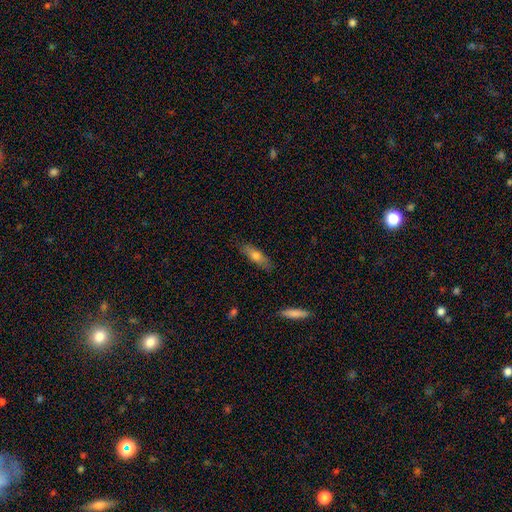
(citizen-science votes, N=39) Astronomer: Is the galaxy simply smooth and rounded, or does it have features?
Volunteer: smooth — 54% (runner-up: featured or disk, 41%).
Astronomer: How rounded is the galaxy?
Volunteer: cigar-shaped — 67%.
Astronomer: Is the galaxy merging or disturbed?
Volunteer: none — 95%.